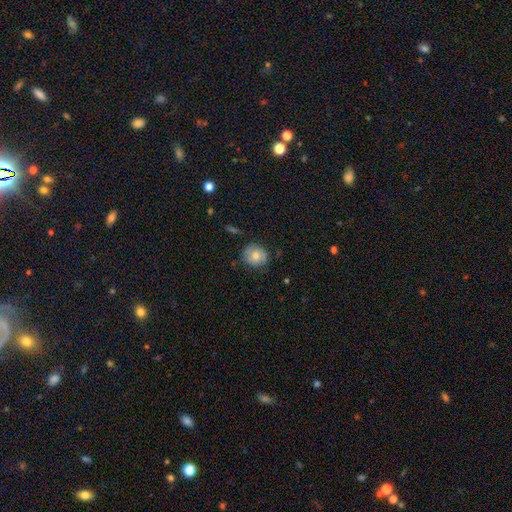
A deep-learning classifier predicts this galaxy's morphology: Smooth or featured? Predicted: smooth (p=0.70). How rounded? Predicted: round (p=0.82). Merging? Predicted: none (p=0.74).